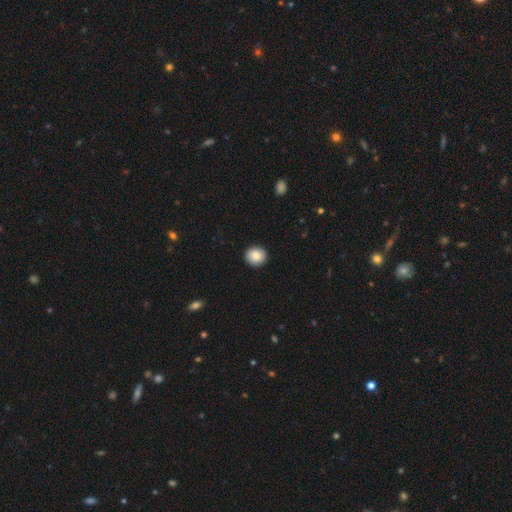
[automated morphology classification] smooth 85%, star or artifact 8%, featured or disk 7%. Down the decision tree: how rounded — round (88%); merging — none (92%).